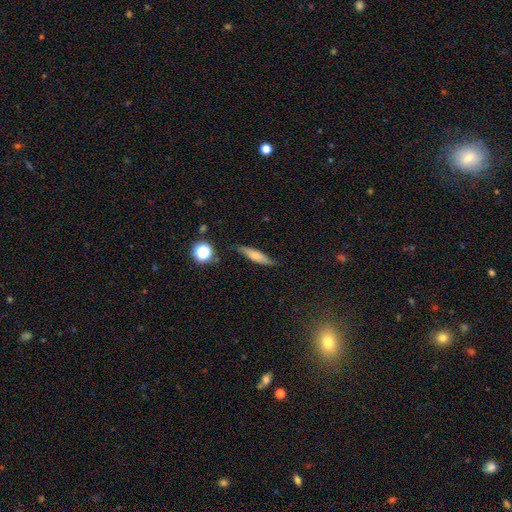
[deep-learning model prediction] A smooth galaxy with no disk features (65%) that is cigar-shaped (73%). Merging: none (78%).